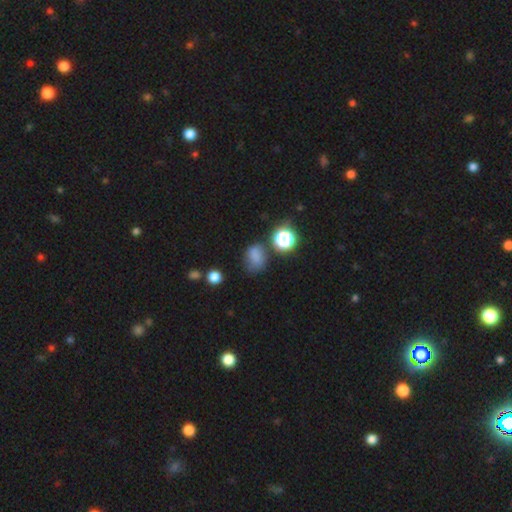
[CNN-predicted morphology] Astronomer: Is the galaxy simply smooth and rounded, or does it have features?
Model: smooth — 72%.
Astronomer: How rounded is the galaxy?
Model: in between — 59% (runner-up: round, 39%).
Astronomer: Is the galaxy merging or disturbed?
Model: none — 57%.